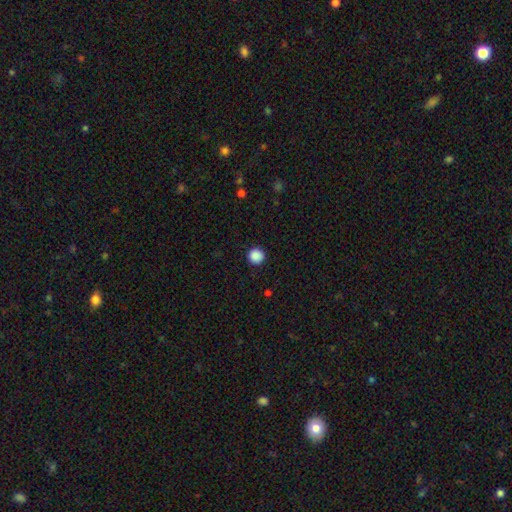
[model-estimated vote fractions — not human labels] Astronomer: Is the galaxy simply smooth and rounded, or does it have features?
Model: smooth — 88%.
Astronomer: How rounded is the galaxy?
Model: round — 95%.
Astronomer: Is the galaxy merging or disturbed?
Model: none — 93%.